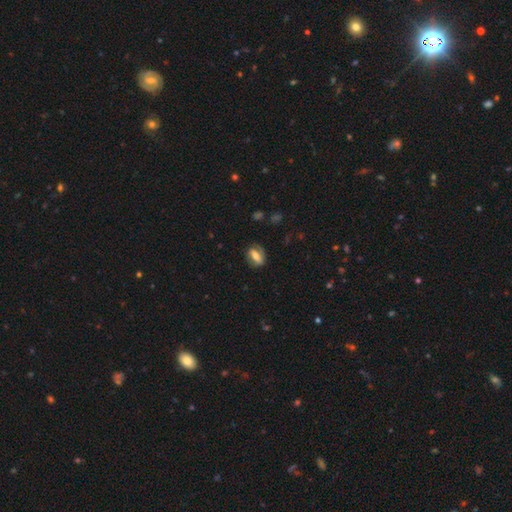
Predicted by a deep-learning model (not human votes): Q: Smooth or featured?
A: smooth (47%); runner-up: featured or disk (45%)
Q: Merging?
A: none (75%); runner-up: minor disturbance (17%)